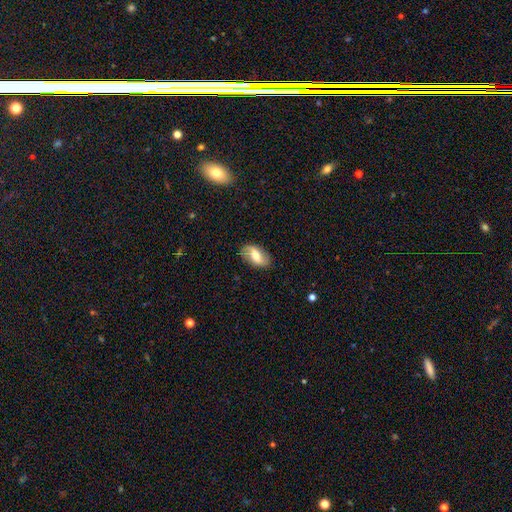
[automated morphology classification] Smooth or featured: featured or disk — 55% (smooth — 38%)
Edge-on disk: no — 93% (yes — 7%)
Bar: weak — 40% (strong — 34%)
Spiral arms: yes — 77% (no — 23%)
Bulge size: moderate — 66% (small — 20%)
Merging: none — 84% (minor disturbance — 11%)